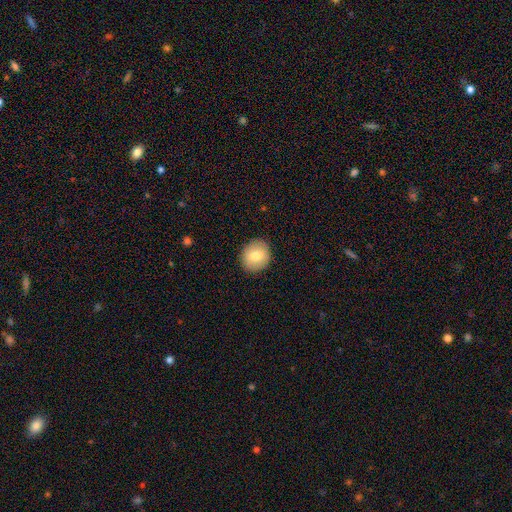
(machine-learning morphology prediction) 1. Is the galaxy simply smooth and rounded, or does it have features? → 74% smooth, 18% featured or disk, 8% star or artifact.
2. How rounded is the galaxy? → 79% round, 20% in between, 1% cigar-shaped.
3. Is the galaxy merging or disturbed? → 90% none, 7% minor disturbance, 2% major disturbance, 1% merger.